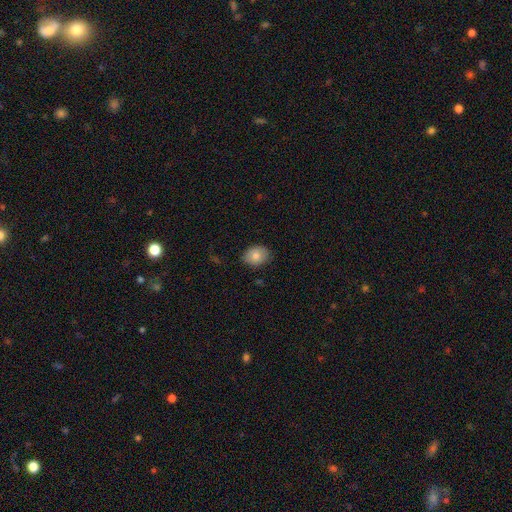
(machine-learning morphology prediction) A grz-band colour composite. It shows a smooth galaxy with no disk features (80%) that is in between round and cigar-shaped (61%). Merging: none (81%).